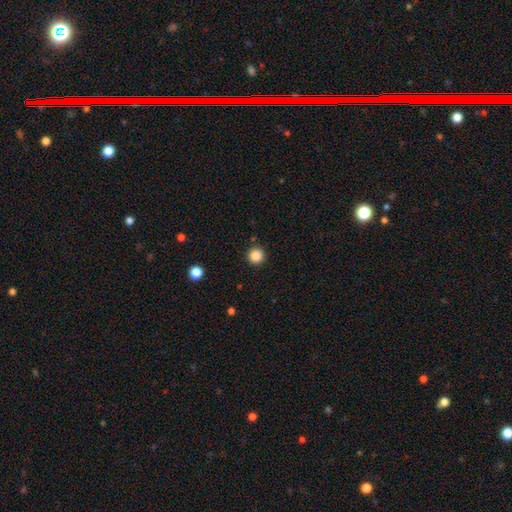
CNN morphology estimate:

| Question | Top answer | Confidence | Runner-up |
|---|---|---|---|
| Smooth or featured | smooth | 86% | star or artifact (11%) |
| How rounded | round | 96% | in between (3%) |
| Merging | none | 91% | minor disturbance (5%) |